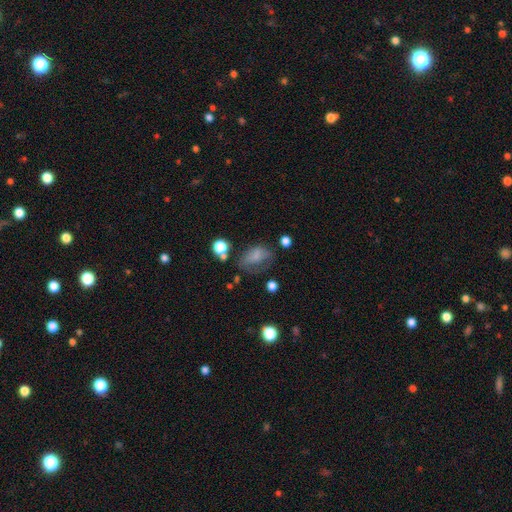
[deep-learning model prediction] This is likely a smooth galaxy (65%). How rounded: likely in between (80%). Merging: marginally none (35%).